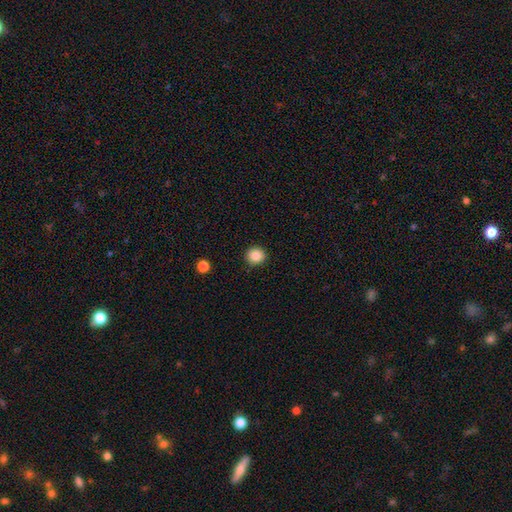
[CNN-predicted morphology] Smooth or featured? Predicted: smooth (p=0.86). How rounded? Predicted: round (p=0.92). Merging? Predicted: none (p=0.90).